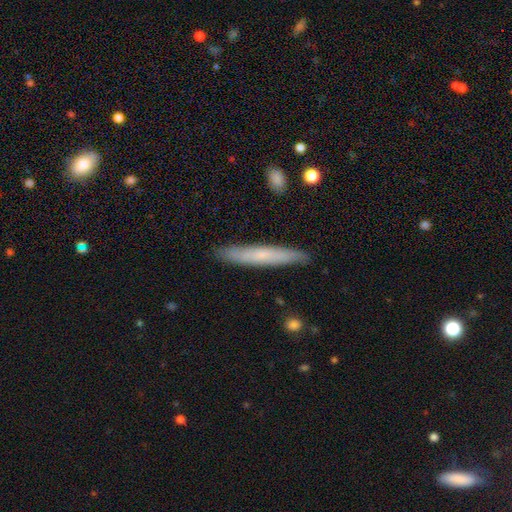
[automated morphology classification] This is possibly a smooth galaxy (53%). How rounded: clearly cigar-shaped (95%). Merging: clearly none (89%).